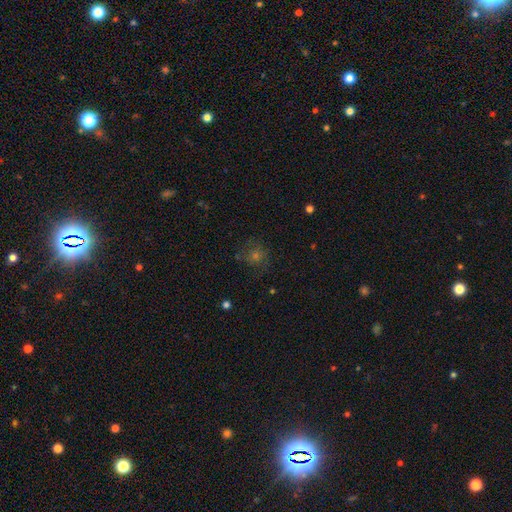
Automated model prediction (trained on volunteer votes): This appears to be a smooth galaxy with no disk features (43%). Merging: none (73%).